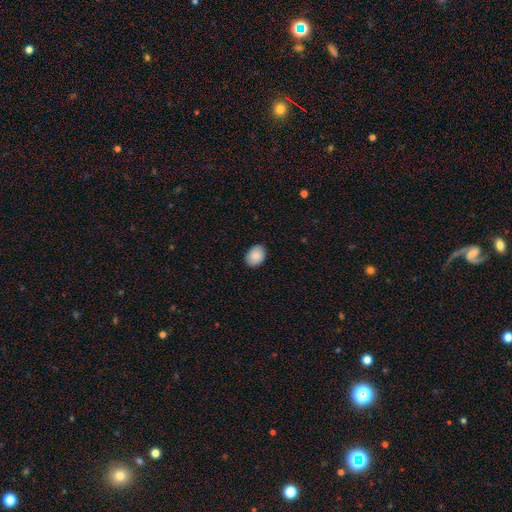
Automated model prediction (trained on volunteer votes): Smooth or featured? smooth (88%)
How rounded? in between (74%)
Merging? none (88%)